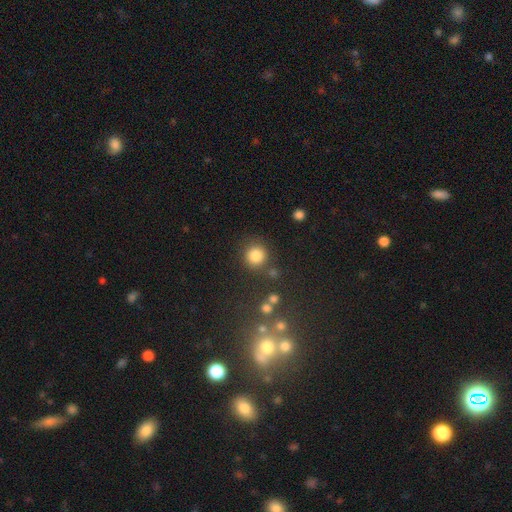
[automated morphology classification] smooth 83%, star or artifact 11%, featured or disk 6%. Down the decision tree: how rounded — round (91%); merging — none (79%).